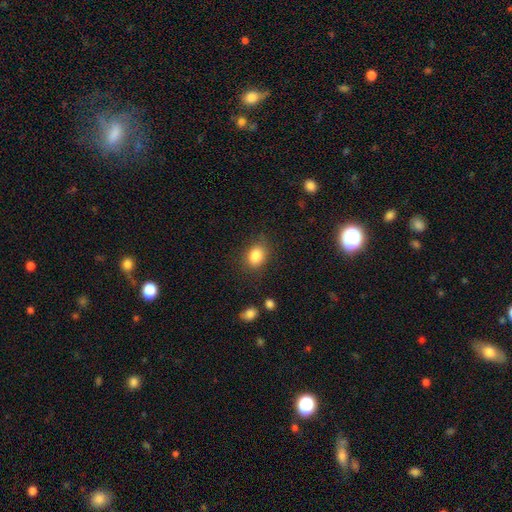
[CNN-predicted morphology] type=smooth (85%); roundness=in between (58%); merging=none (79%).